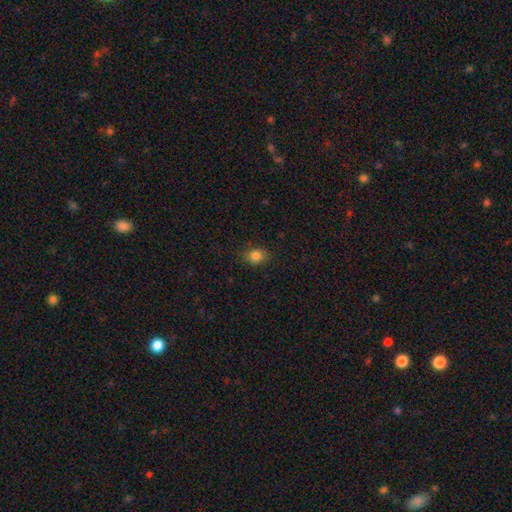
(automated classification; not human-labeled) The model was most divided on "how rounded": in between: 59%, round: 40%, cigar-shaped: 1%. More confident: merging — none (84%); smooth or featured — smooth (82%).